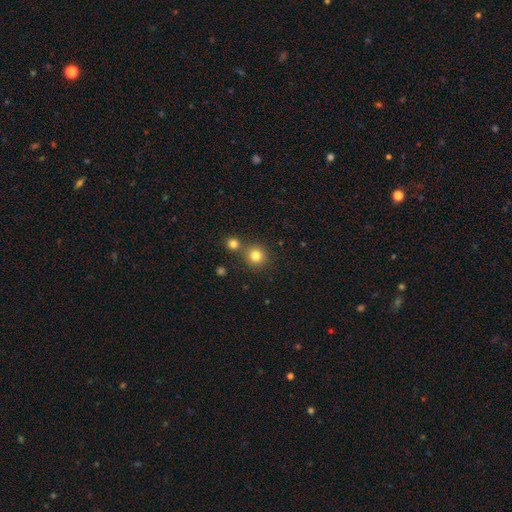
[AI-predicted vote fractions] smooth-or-featured: smooth: 81% | star or artifact: 13% | featured or disk: 6%
  how-rounded: round: 92% | in between: 7% | cigar-shaped: 1%
  merging: none: 75% | merger: 16% | minor disturbance: 7% | major disturbance: 3%